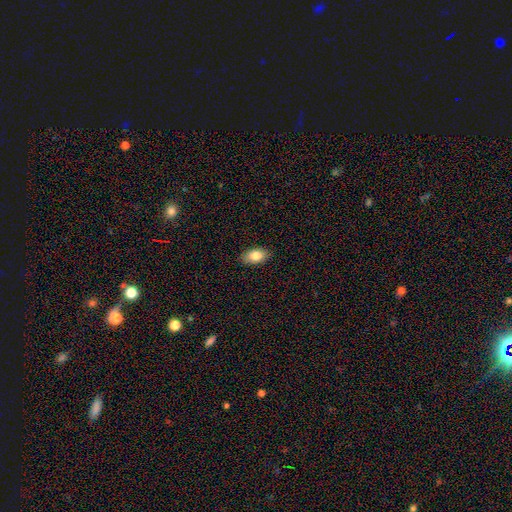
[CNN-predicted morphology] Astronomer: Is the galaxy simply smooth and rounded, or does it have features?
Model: smooth — 83%.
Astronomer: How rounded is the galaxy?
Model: in between — 92%.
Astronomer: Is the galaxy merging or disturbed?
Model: none — 88%.